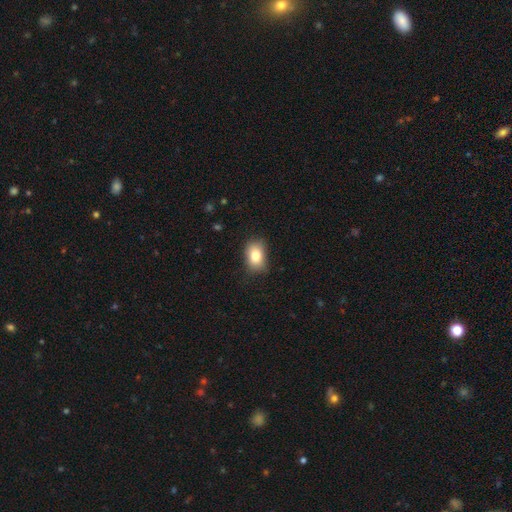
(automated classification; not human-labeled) Morphology: type=smooth (80%); roundness=in between (77%); merging=none (75%).